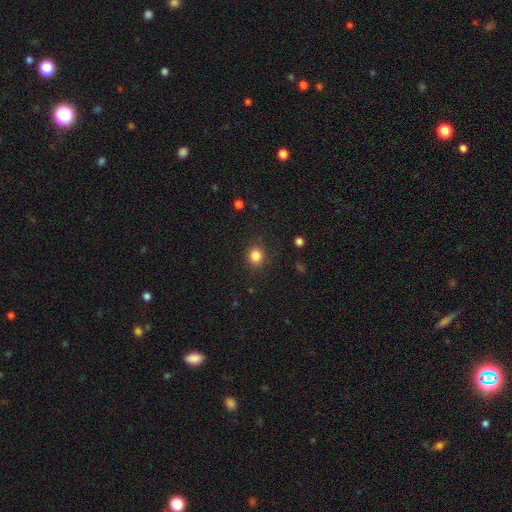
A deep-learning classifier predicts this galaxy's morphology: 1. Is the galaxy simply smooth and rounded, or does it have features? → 84% smooth, 11% star or artifact, 4% featured or disk.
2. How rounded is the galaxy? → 78% round, 21% in between, 1% cigar-shaped.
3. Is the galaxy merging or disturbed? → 86% none, 9% minor disturbance, 3% major disturbance, 1% merger.